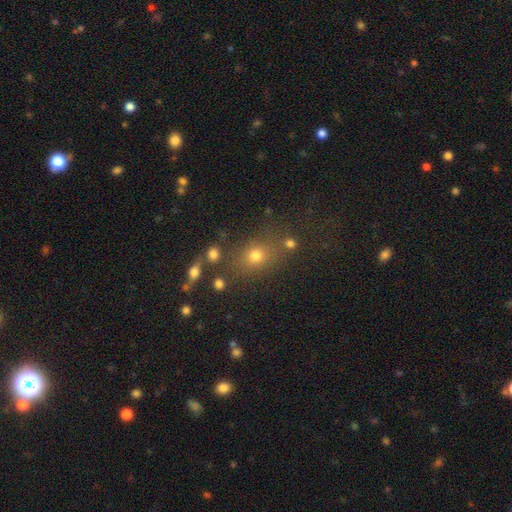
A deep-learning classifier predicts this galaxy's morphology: Smooth or featured? smooth (68%)
How rounded? round (59%)
Merging? none (70%)